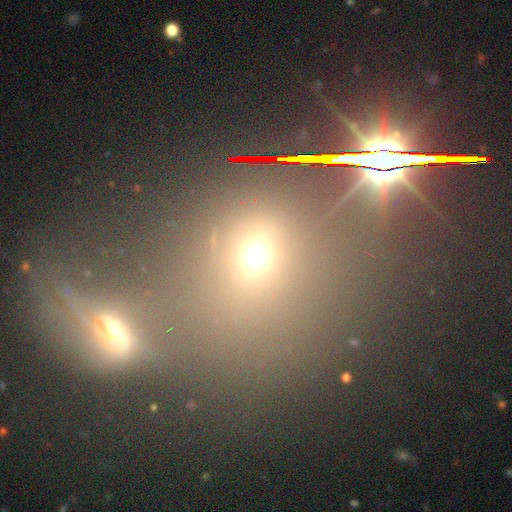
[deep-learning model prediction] This is possibly a smooth galaxy (48%). Merging: possibly none (53%).